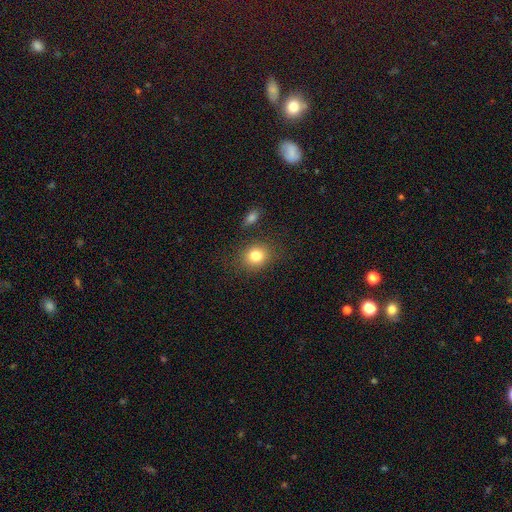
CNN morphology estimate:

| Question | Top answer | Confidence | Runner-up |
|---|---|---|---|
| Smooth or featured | smooth | 81% | star or artifact (11%) |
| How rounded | round | 71% | in between (28%) |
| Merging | none | 81% | minor disturbance (11%) |